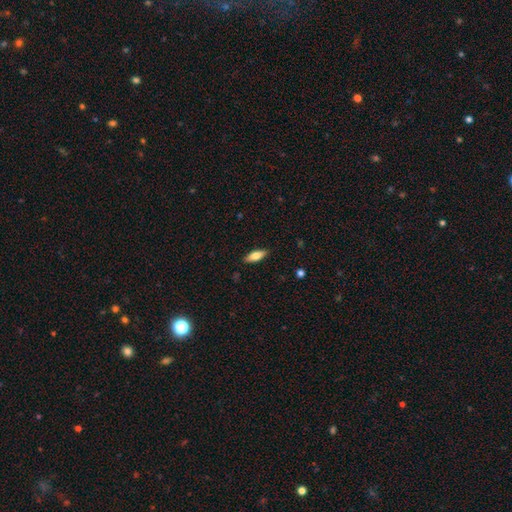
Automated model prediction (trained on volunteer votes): Q: Smooth or featured?
A: smooth (74%); runner-up: featured or disk (20%)
Q: How rounded?
A: in between (69%); runner-up: cigar-shaped (29%)
Q: Merging?
A: none (88%); runner-up: minor disturbance (9%)